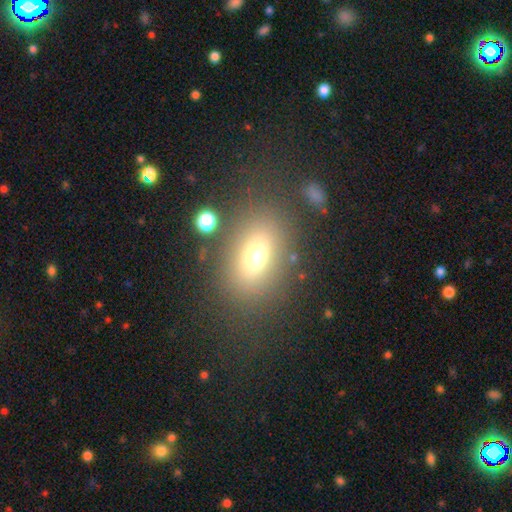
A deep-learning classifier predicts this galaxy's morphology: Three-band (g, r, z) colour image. It shows a smooth galaxy with no disk features (71%) that is in between round and cigar-shaped (76%). Merging: none (76%).